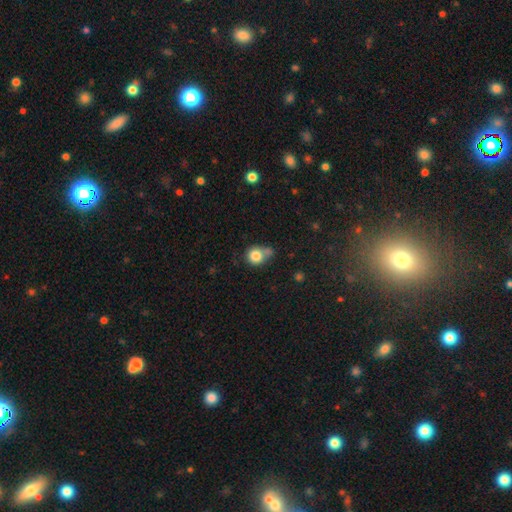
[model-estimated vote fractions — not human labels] Smooth or featured?
  - smooth: 82% *
  - star or artifact: 10%
  - featured or disk: 8%
How rounded?
  - round: 83% *
  - in between: 16%
  - cigar-shaped: 1%
Merging?
  - none: 46% *
  - merger: 27%
  - minor disturbance: 20%
  - major disturbance: 8%